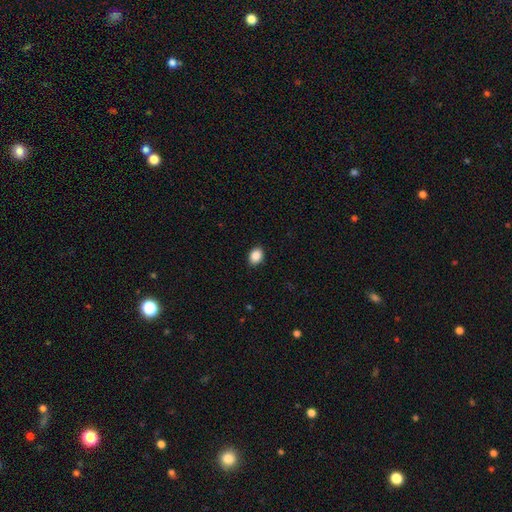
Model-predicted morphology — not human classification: Smooth or featured?
  - smooth: 88% *
  - star or artifact: 8%
  - featured or disk: 4%
How rounded?
  - in between: 69% *
  - round: 30%
  - cigar-shaped: 1%
Merging?
  - none: 90% *
  - minor disturbance: 7%
  - major disturbance: 2%
  - merger: 1%